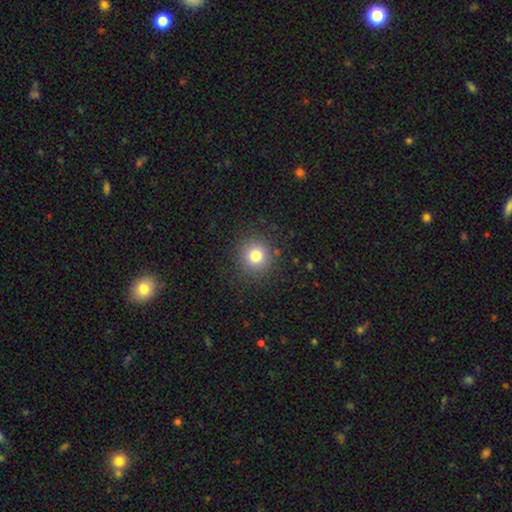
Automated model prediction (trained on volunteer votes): This appears to be a smooth galaxy with no disk features (79%) that is round (93%). Merging: none (89%).